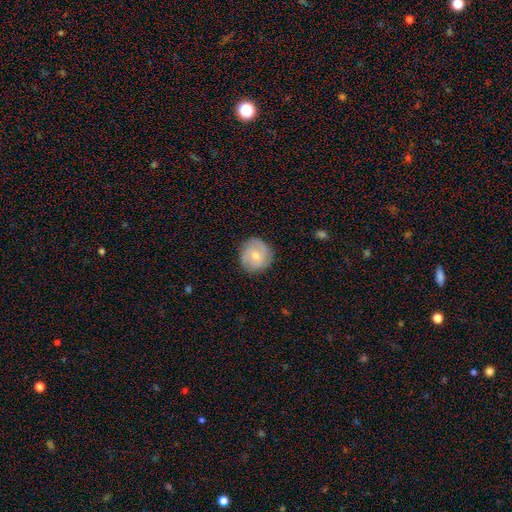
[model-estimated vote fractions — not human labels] smooth-or-featured: smooth: 52% | featured or disk: 42% | star or artifact: 7%
  how-rounded: round: 91% | in between: 8% | cigar-shaped: 1%
  merging: none: 84% | minor disturbance: 12% | major disturbance: 3% | merger: 1%